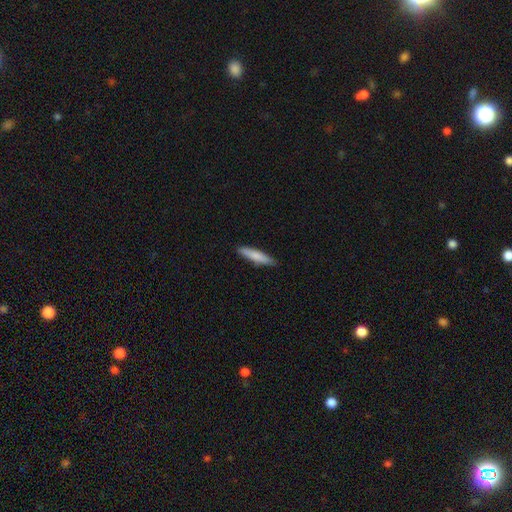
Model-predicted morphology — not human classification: Smooth or featured?
  - smooth: 79% *
  - featured or disk: 16%
  - star or artifact: 5%
How rounded?
  - cigar-shaped: 86% *
  - in between: 12%
  - round: 1%
Merging?
  - none: 86% *
  - minor disturbance: 11%
  - major disturbance: 2%
  - merger: 1%